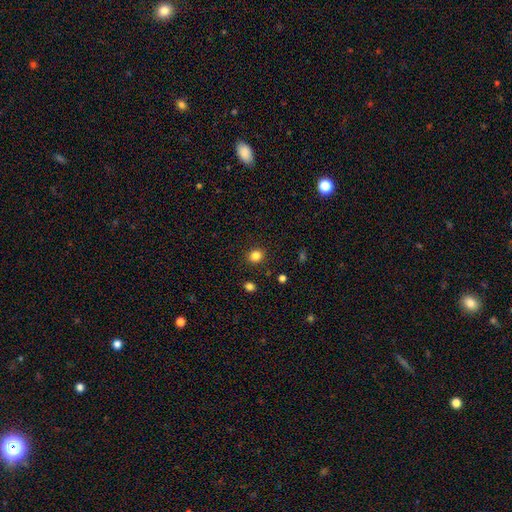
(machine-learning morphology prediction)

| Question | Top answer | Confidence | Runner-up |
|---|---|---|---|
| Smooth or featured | smooth | 83% | star or artifact (12%) |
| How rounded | round | 76% | in between (23%) |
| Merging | none | 90% | minor disturbance (6%) |